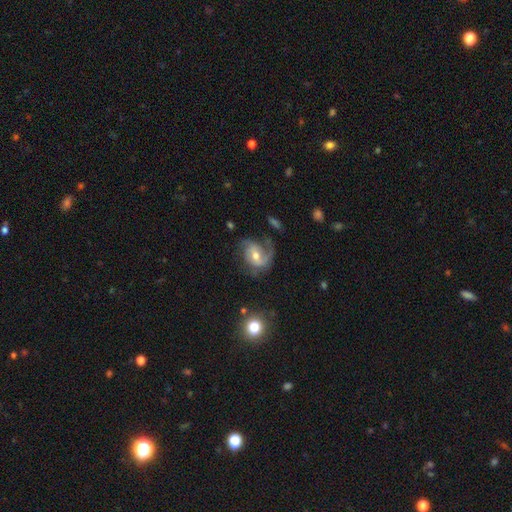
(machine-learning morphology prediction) Smooth or featured: featured or disk — 74% (smooth — 19%)
Edge-on disk: no — 97% (yes — 3%)
Bar: weak — 44% (no — 40%)
Spiral arms: yes — 90% (no — 10%)
Spiral winding: medium — 43% (loose — 35%)
Spiral arm count: 2 — 46% (1 — 34%)
Bulge size: moderate — 65% (small — 26%)
Merging: none — 49% (major disturbance — 26%)